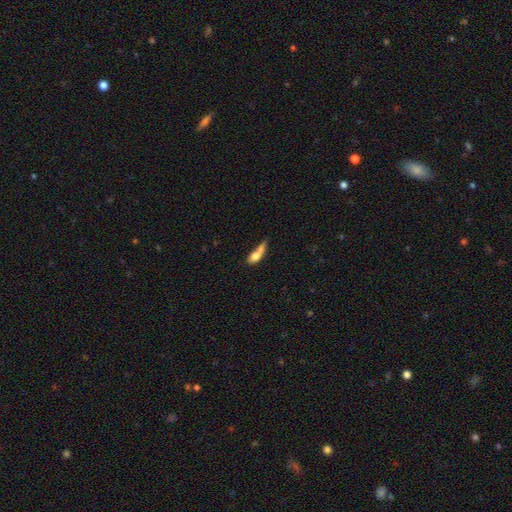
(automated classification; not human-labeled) Smooth or featured: smooth — 67% (featured or disk — 24%)
How rounded: in between — 59% (cigar-shaped — 33%)
Merging: merger — 35% (none — 23%)